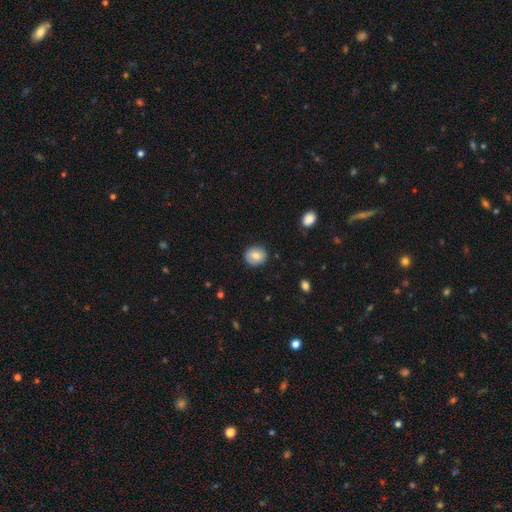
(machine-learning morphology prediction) smooth-or-featured: smooth: 75% | featured or disk: 17% | star or artifact: 8%
  how-rounded: round: 75% | in between: 24% | cigar-shaped: 1%
  merging: none: 86% | minor disturbance: 11% | major disturbance: 2% | merger: 1%